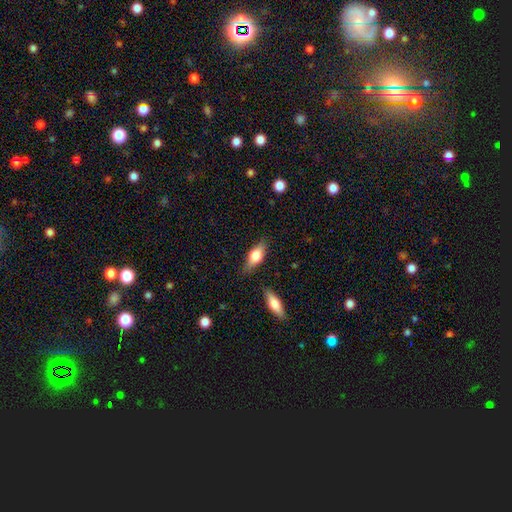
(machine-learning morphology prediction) A smooth galaxy with no disk features (59%) that is in between round and cigar-shaped (72%). Merging: none (77%).